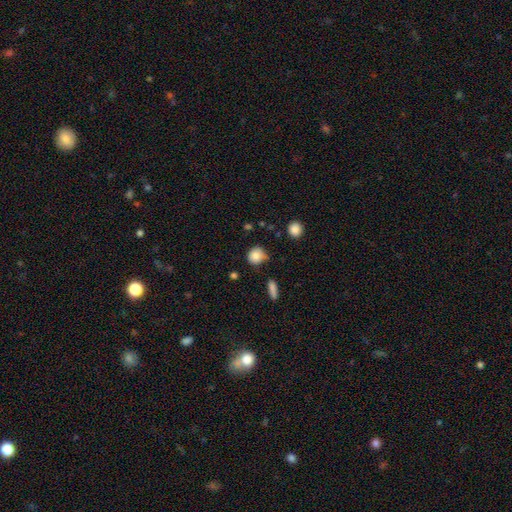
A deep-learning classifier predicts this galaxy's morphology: smooth_or_featured: smooth (p=0.83) [alt: star or artifact p=0.09]
how_rounded: round (p=0.85) [alt: in between p=0.14]
merging: none (p=0.68) [alt: minor disturbance p=0.23]